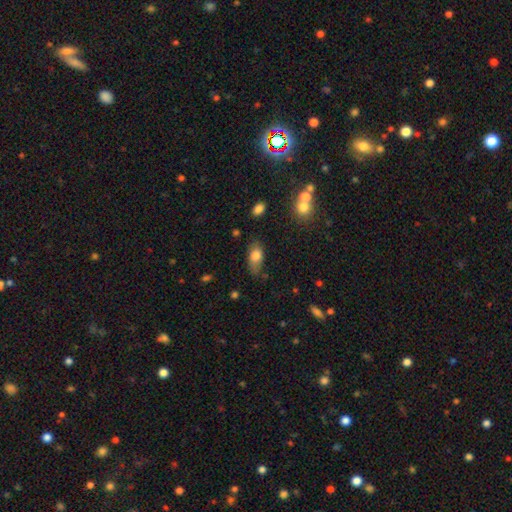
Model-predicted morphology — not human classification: A smooth galaxy with no disk features (78%) that is in between round and cigar-shaped (88%). Merging: none (68%).